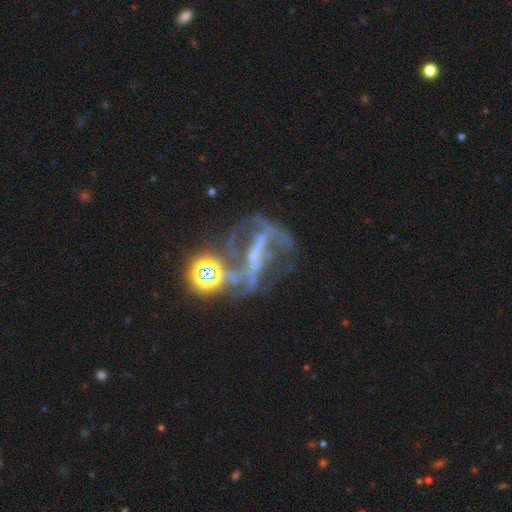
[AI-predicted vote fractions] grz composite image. It shows a featured or disk galaxy (70%) with a strong bar (53%), spiral arms (71%) and no central bulge (44%). Merging: none (33%).